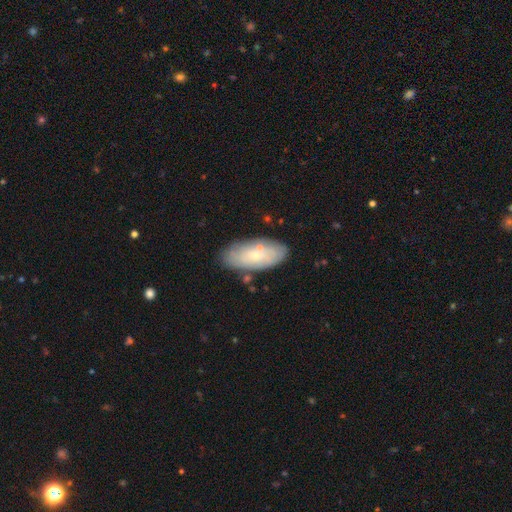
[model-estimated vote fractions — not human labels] smooth 59%, featured or disk 34%, star or artifact 7%. Down the decision tree: how rounded — in between (88%); merging — none (77%).